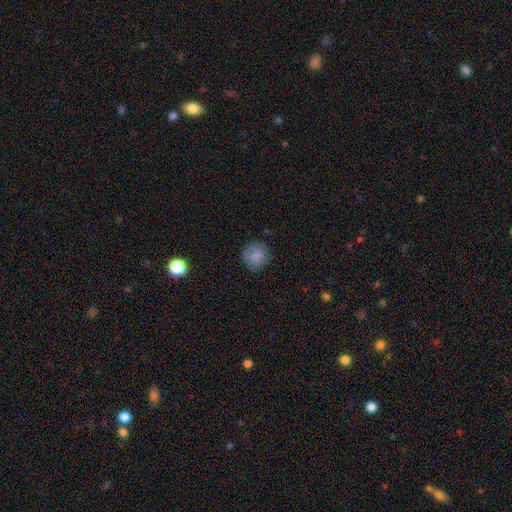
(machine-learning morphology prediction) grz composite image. It shows a smooth galaxy with no disk features (78%) that is round (85%). Merging: none (78%).